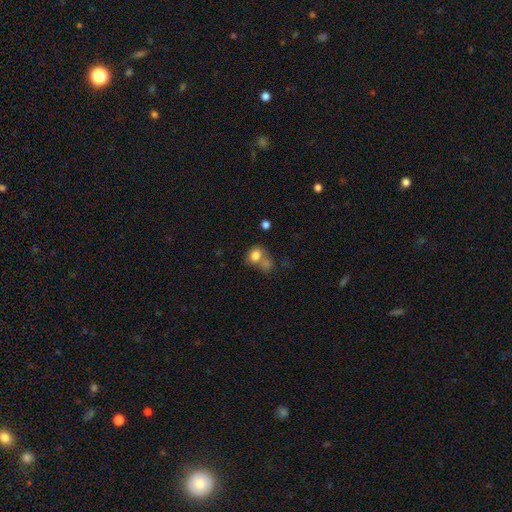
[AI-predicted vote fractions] A smooth galaxy with no disk features (79%) that is round (56%).

Vote fractions:
- Smooth or featured? smooth: 79% / star or artifact: 11% / featured or disk: 10%
- How rounded? round: 56% / in between: 43% / cigar-shaped: 1%
- Merging? merger: 39% / none: 37% / minor disturbance: 15% / major disturbance: 10%